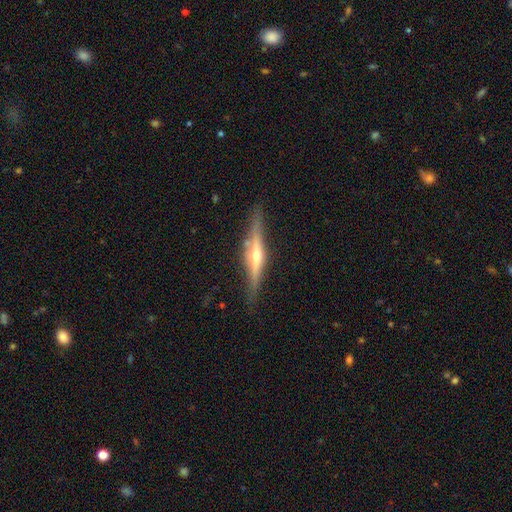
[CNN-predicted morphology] Smooth or featured?
  - featured or disk: 75% *
  - smooth: 18%
  - star or artifact: 6%
Edge-on disk?
  - yes: 97% *
  - no: 3%
Edge-on bulge?
  - rounded: 88% *
  - none: 6%
  - boxy: 6%
Merging?
  - none: 85% *
  - minor disturbance: 11%
  - major disturbance: 3%
  - merger: 2%